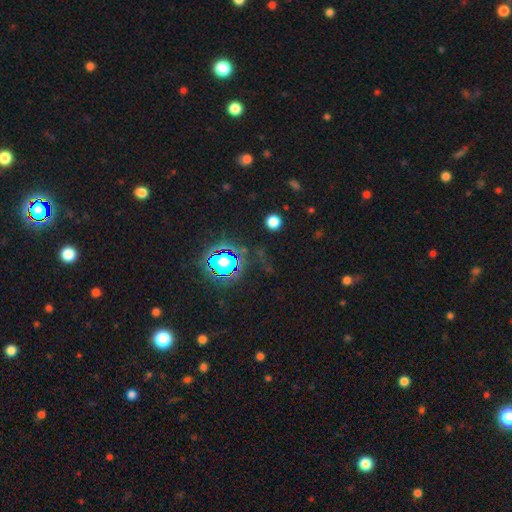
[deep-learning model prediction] Q: Smooth or featured?
A: star or artifact (77%); runner-up: smooth (14%)